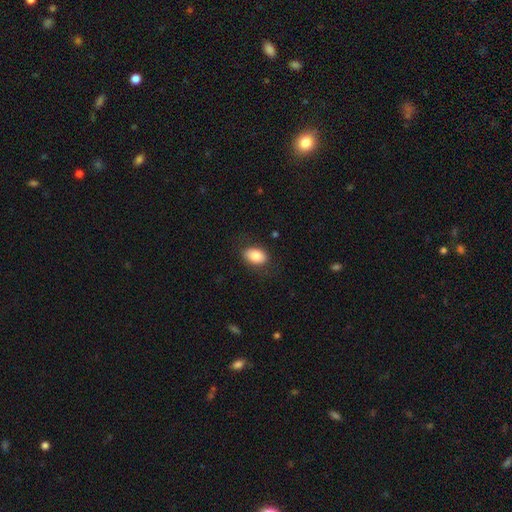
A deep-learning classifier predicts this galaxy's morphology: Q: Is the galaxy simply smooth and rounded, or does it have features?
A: smooth — 83%.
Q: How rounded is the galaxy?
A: in between — 85%.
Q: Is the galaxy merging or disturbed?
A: none — 82%.